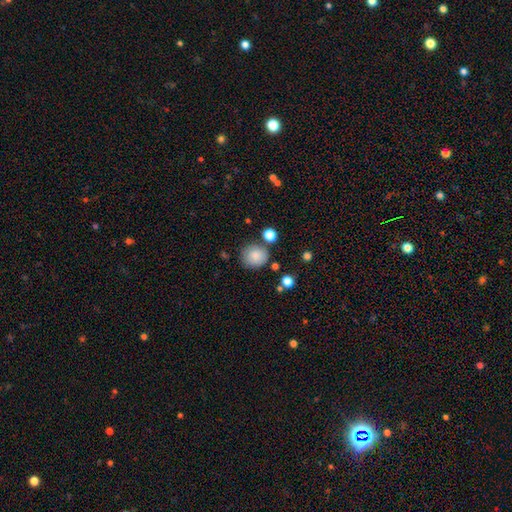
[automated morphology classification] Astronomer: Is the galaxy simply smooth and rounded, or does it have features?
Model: smooth — 85%.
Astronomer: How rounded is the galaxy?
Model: round — 82%.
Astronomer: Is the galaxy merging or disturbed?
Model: none — 77%.